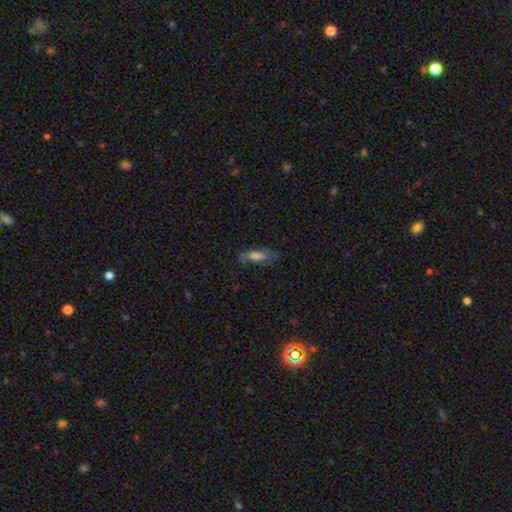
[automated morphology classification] Smooth or featured: smooth — 59% (featured or disk — 31%)
How rounded: in between — 58% (cigar-shaped — 40%)
Merging: none — 62% (minor disturbance — 25%)